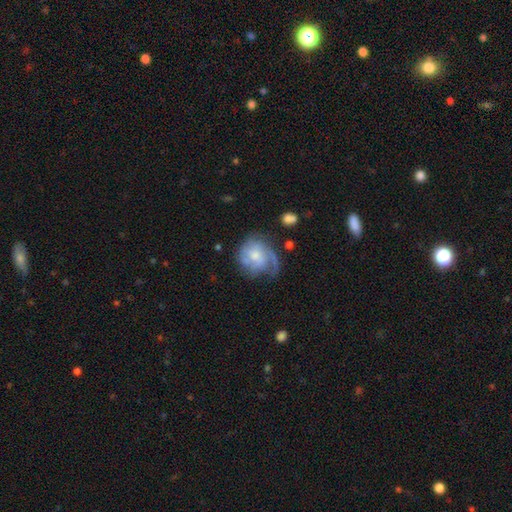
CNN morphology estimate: Smooth or featured: featured or disk — 67% (smooth — 26%)
Edge-on disk: no — 98% (yes — 2%)
Bar: no — 72% (weak — 25%)
Spiral arms: yes — 85% (no — 15%)
Spiral winding: tight — 40% (medium — 38%)
Spiral arm count: 1 — 28% (can't tell — 27%)
Bulge size: moderate — 45% (small — 37%)
Merging: none — 47% (major disturbance — 25%)